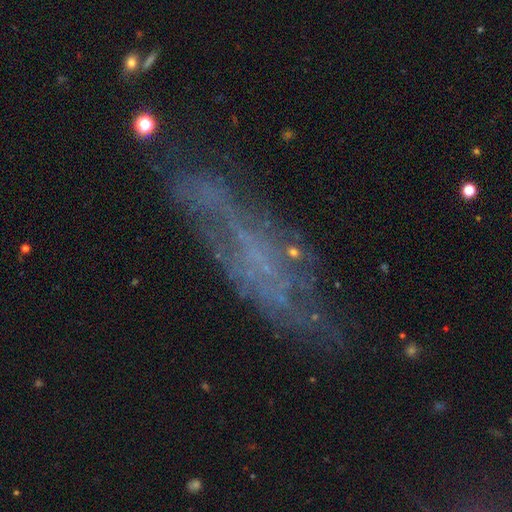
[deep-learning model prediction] Smooth or featured? Predicted: featured or disk (p=0.64). Edge-on disk? Predicted: no (p=0.71). Merging? Predicted: none (p=0.58).